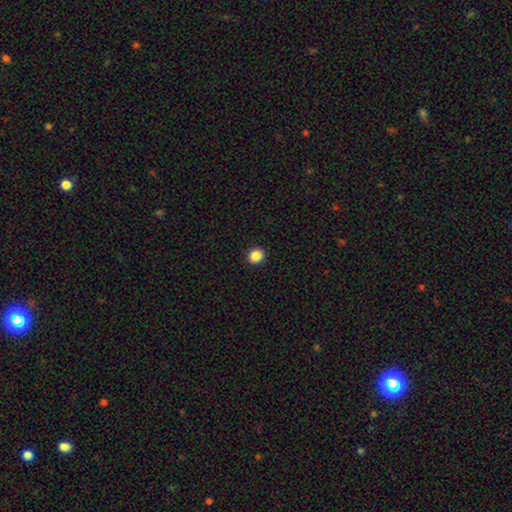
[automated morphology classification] A smooth galaxy with no disk features (87%) that is round (86%).

Vote fractions:
- Smooth or featured? smooth: 87% / star or artifact: 10% / featured or disk: 3%
- How rounded? round: 86% / in between: 13% / cigar-shaped: 1%
- Merging? none: 93% / minor disturbance: 5% / major disturbance: 2% / merger: 1%